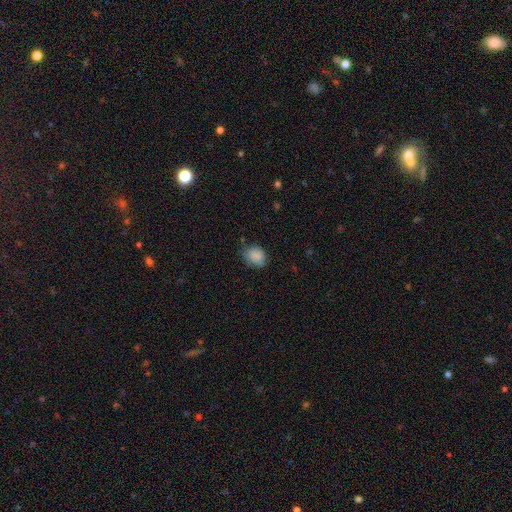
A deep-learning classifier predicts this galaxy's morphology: smooth_or_featured: smooth (p=0.86) [alt: star or artifact p=0.09]
how_rounded: in between (p=0.51) [alt: round p=0.48]
merging: none (p=0.66) [alt: minor disturbance p=0.26]